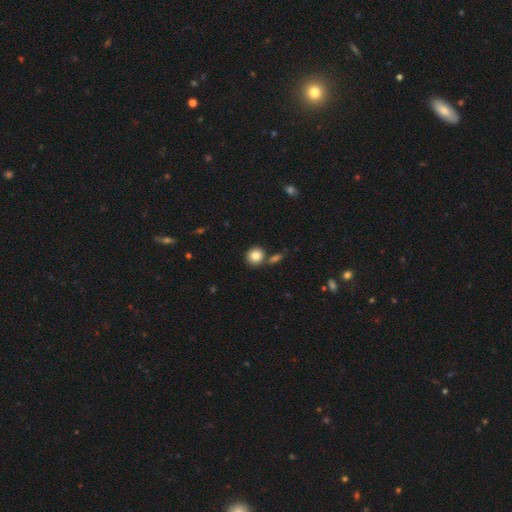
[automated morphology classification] Q: Smooth or featured?
A: smooth (83%); runner-up: star or artifact (9%)
Q: How rounded?
A: round (84%); runner-up: in between (14%)
Q: Merging?
A: none (71%); runner-up: merger (16%)